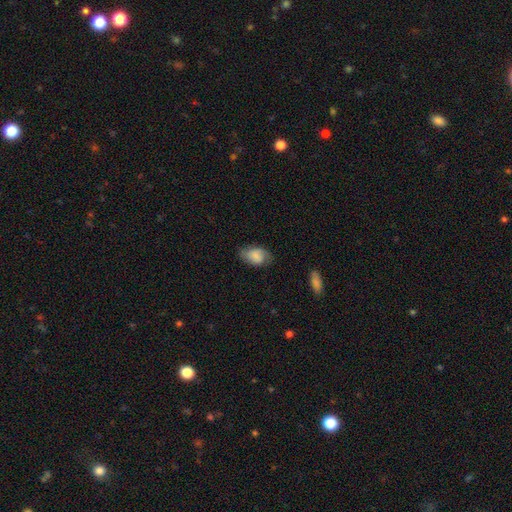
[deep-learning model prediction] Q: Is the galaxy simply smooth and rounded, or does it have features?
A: smooth — 71%.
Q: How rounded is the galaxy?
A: in between — 88%.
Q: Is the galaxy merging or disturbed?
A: none — 62%.